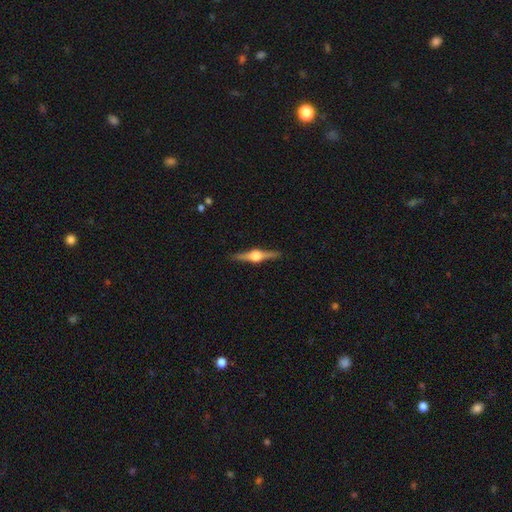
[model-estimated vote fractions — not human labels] This is clearly a featured or disk galaxy (83%). It is clearly viewed edge-on (98%). Edge-on bulge: clearly rounded (95%). Merging: clearly none (92%).